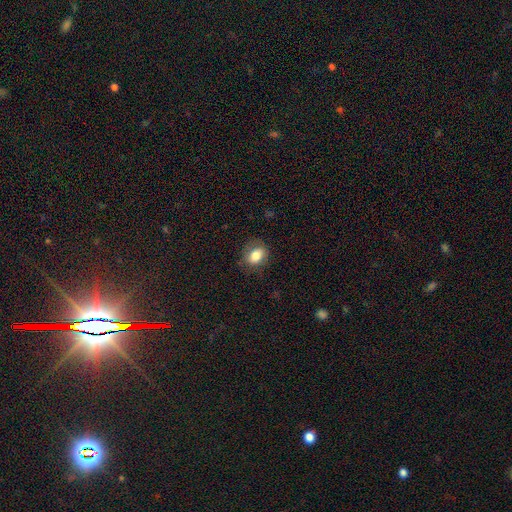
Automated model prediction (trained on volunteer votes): Smooth or featured?
  - smooth: 79% *
  - featured or disk: 12%
  - star or artifact: 9%
How rounded?
  - in between: 59% *
  - round: 40%
  - cigar-shaped: 1%
Merging?
  - none: 76% *
  - minor disturbance: 17%
  - major disturbance: 6%
  - merger: 1%